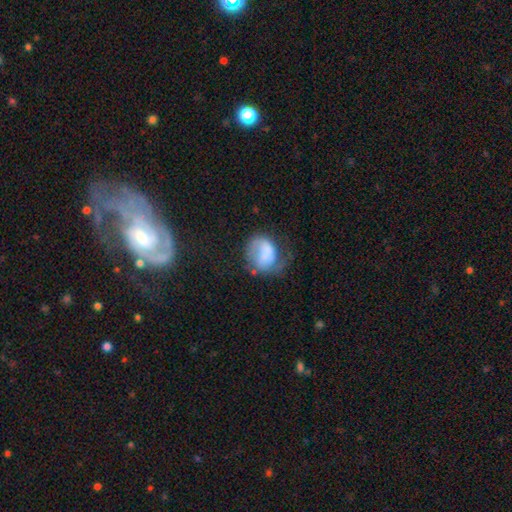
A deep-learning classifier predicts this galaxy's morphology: Smooth or featured?
  - smooth: 46% *
  - featured or disk: 44%
  - star or artifact: 10%
Merging?
  - none: 35% *
  - major disturbance: 32%
  - minor disturbance: 28%
  - merger: 5%